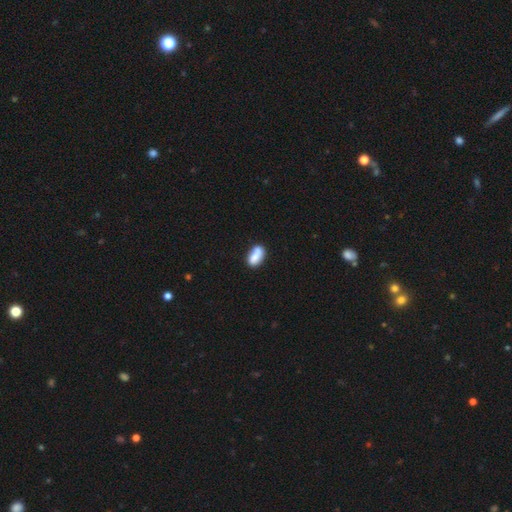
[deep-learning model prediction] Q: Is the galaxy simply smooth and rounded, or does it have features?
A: smooth — 78%.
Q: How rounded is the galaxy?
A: in between — 84%.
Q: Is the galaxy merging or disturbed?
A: none — 55%.